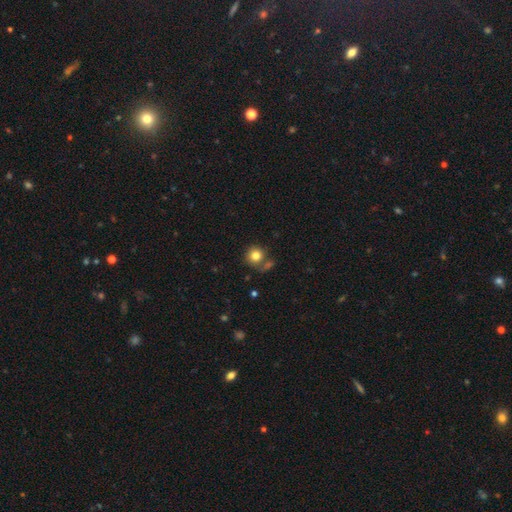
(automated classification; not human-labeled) smooth 81%, star or artifact 11%, featured or disk 8%. Down the decision tree: how rounded — round (90%); merging — none (69%).